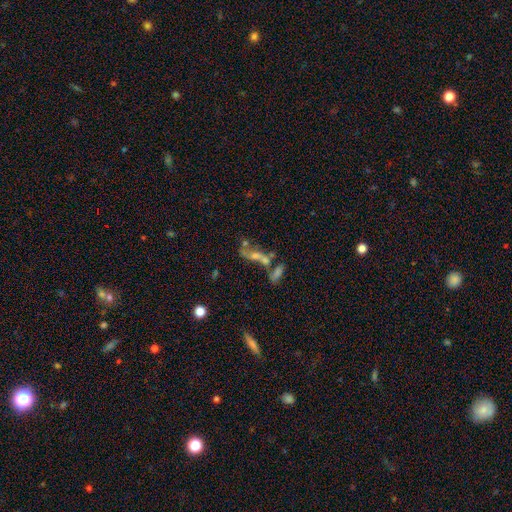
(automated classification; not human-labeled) Overall: featured or disk (48%; smooth 31%). Merging: merger (43%; none 31%).